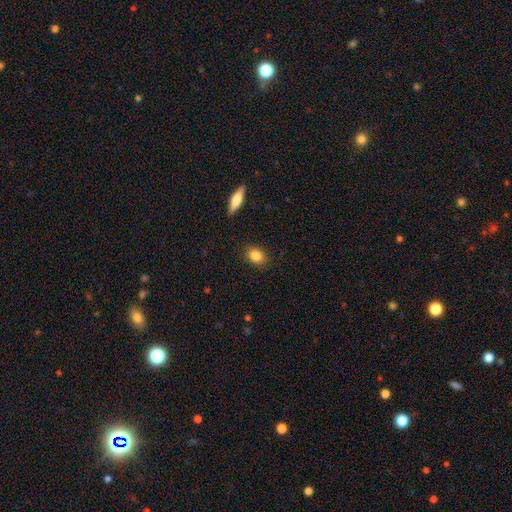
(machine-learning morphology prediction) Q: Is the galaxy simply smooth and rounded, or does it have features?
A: smooth — 85%.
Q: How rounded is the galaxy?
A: in between — 67%.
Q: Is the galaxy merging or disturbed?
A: none — 86%.